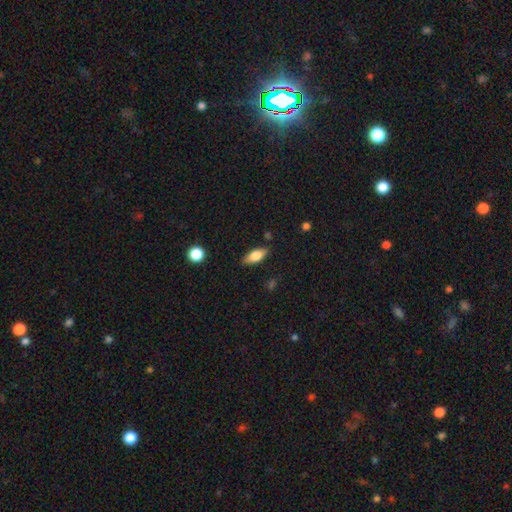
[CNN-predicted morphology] smooth_or_featured: smooth (p=0.74) [alt: featured or disk p=0.19]
how_rounded: in between (p=0.80) [alt: cigar-shaped p=0.16]
merging: none (p=0.84) [alt: minor disturbance p=0.12]